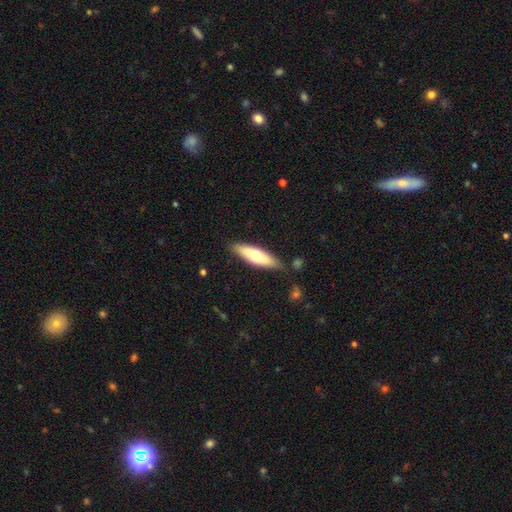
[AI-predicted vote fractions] Smooth or featured: smooth — 57% (featured or disk — 37%)
How rounded: cigar-shaped — 57% (in between — 41%)
Merging: none — 82% (minor disturbance — 13%)